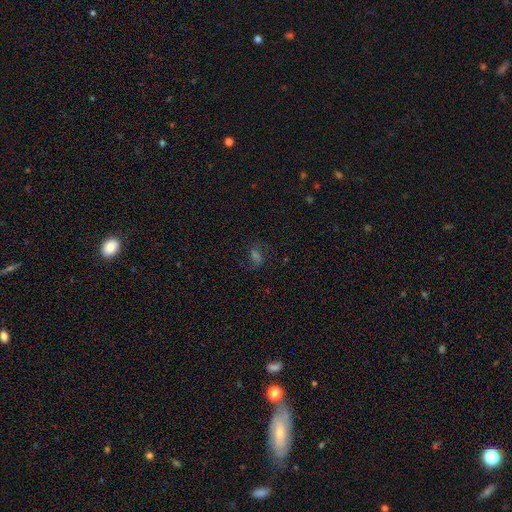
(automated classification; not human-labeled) Smooth or featured? featured or disk (39%)
Merging? none (71%)